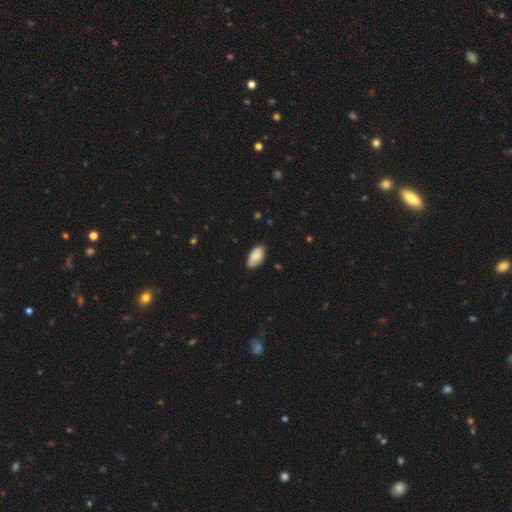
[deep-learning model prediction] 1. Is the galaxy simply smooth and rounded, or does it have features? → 82% smooth, 11% featured or disk, 7% star or artifact.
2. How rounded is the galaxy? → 95% in between, 3% round, 2% cigar-shaped.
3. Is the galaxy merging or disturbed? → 79% none, 17% minor disturbance, 3% major disturbance, 1% merger.